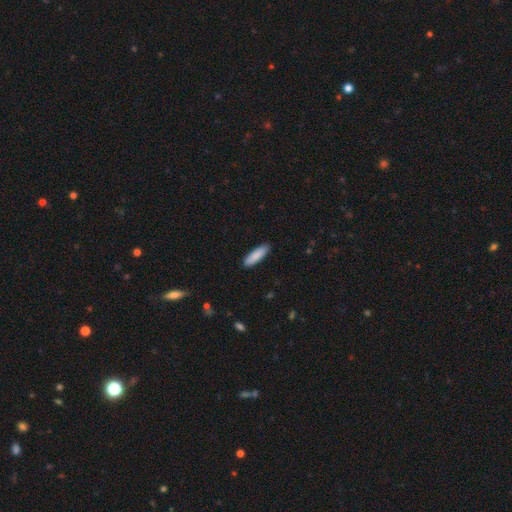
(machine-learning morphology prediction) smooth-or-featured: smooth: 88% | featured or disk: 7% | star or artifact: 5%
  how-rounded: cigar-shaped: 67% | in between: 32% | round: 1%
  merging: none: 90% | minor disturbance: 8% | major disturbance: 2% | merger: 1%